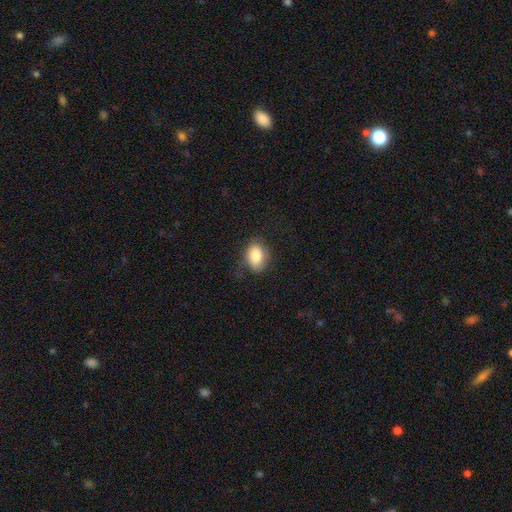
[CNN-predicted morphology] A smooth galaxy with no disk features (84%) that is in between round and cigar-shaped (76%).

Vote fractions:
- Smooth or featured? smooth: 84% / featured or disk: 8% / star or artifact: 8%
- How rounded? in between: 76% / round: 22% / cigar-shaped: 1%
- Merging? none: 74% / minor disturbance: 19% / major disturbance: 6% / merger: 1%